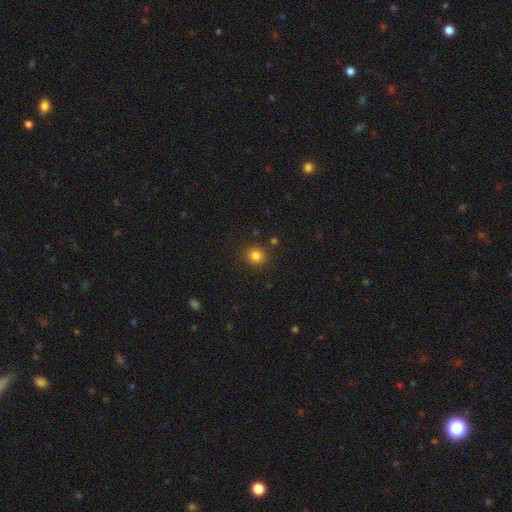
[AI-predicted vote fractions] This appears to be a smooth galaxy with no disk features (81%) that is round (87%). Merging: none (87%).